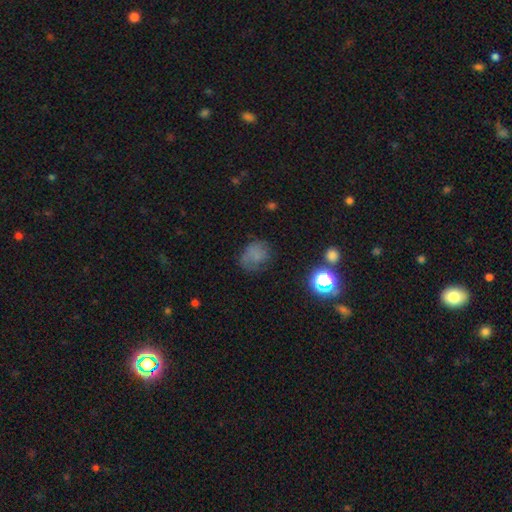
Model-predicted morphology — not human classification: Smooth or featured?
  - smooth: 67% *
  - star or artifact: 19%
  - featured or disk: 14%
How rounded?
  - round: 51% *
  - in between: 48%
  - cigar-shaped: 1%
Merging?
  - none: 53% *
  - minor disturbance: 28%
  - major disturbance: 16%
  - merger: 3%